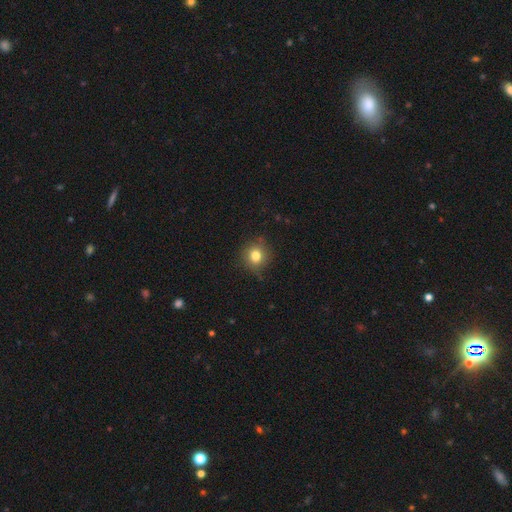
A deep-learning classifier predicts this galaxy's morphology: Q: Smooth or featured?
A: smooth (80%); runner-up: star or artifact (12%)
Q: How rounded?
A: round (89%); runner-up: in between (10%)
Q: Merging?
A: none (83%); runner-up: minor disturbance (13%)